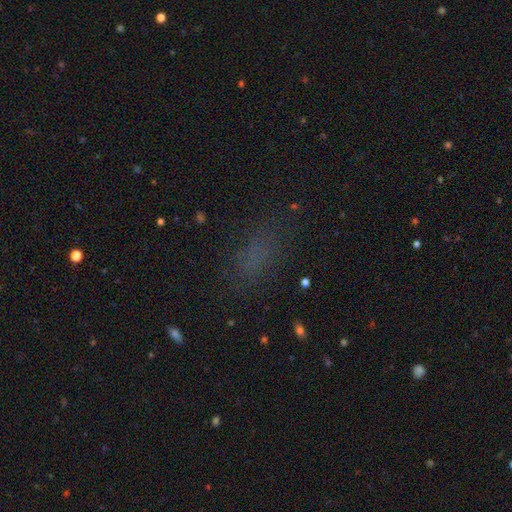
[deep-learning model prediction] Smooth or featured?
  - smooth: 64% *
  - star or artifact: 27%
  - featured or disk: 9%
How rounded?
  - in between: 77% *
  - cigar-shaped: 12%
  - round: 11%
Merging?
  - none: 76% *
  - minor disturbance: 15%
  - major disturbance: 8%
  - merger: 2%